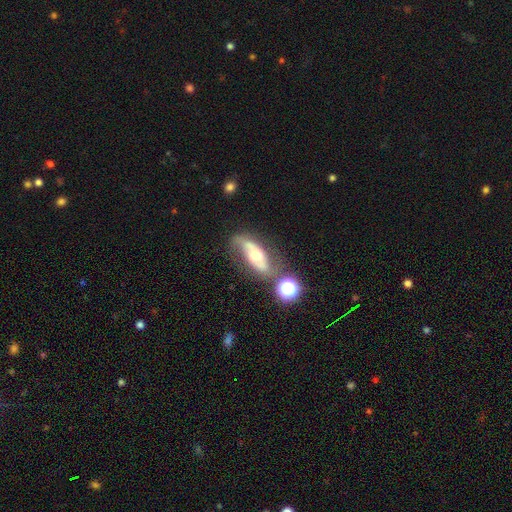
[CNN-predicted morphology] Q: Smooth or featured?
A: featured or disk (59%); runner-up: smooth (32%)
Q: Edge-on disk?
A: no (78%); runner-up: yes (22%)
Q: Merging?
A: none (55%); runner-up: minor disturbance (21%)